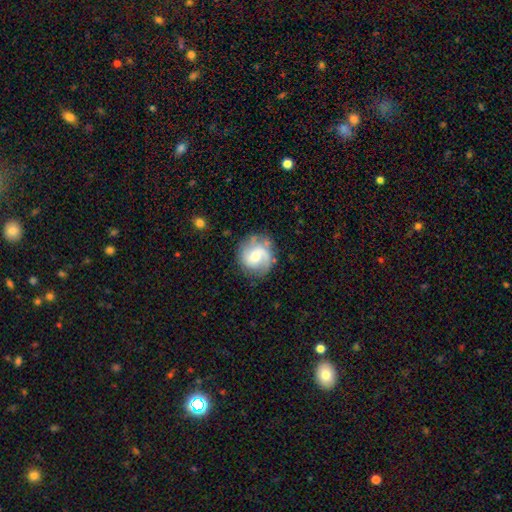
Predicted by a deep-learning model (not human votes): This is likely a featured or disk galaxy (72%). It is clearly not viewed edge-on (98%). Bar: possibly no (52%). Spiral arm pattern: clearly yes (94%). Spiral arm count: likely 2 (71%). Spiral winding: possibly medium (46%). Central bulge: possibly moderate (48%). Merging: likely none (74%).